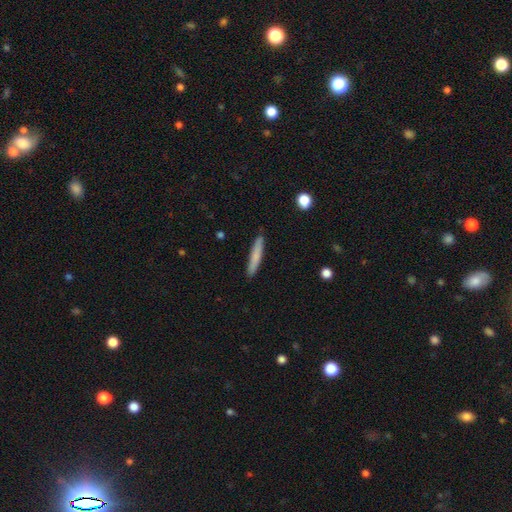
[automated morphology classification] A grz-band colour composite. It shows a smooth galaxy with no disk features (75%) that is cigar-shaped (94%). Merging: none (88%).